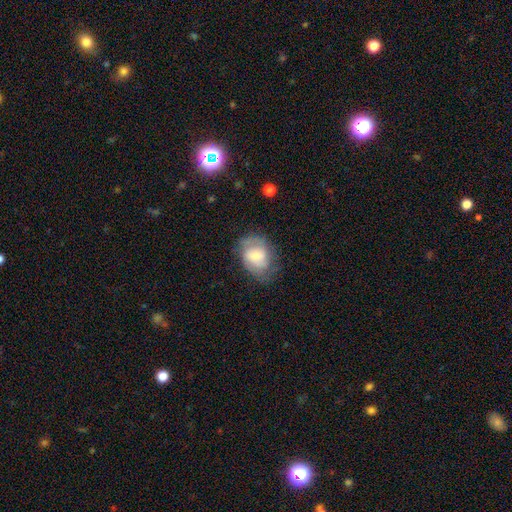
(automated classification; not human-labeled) Smooth or featured? smooth (47%)
Merging? none (60%)